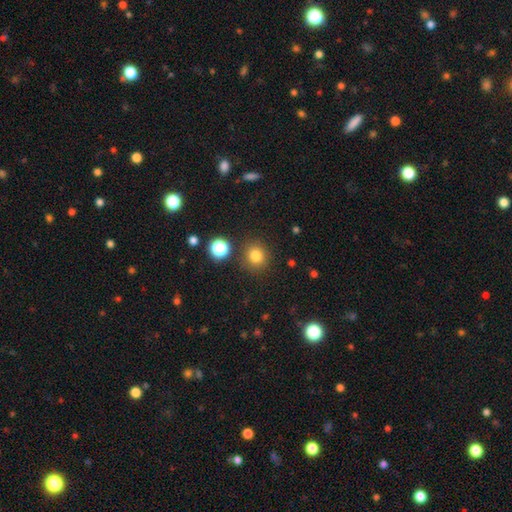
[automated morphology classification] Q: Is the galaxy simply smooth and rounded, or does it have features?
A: smooth — 80%.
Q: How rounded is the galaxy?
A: round — 89%.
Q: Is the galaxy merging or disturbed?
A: none — 86%.